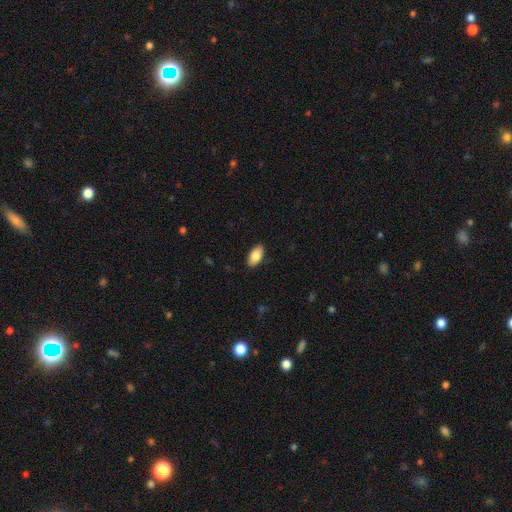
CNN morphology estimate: smooth_or_featured: smooth (p=0.84) [alt: featured or disk p=0.09]
how_rounded: in between (p=0.93) [alt: cigar-shaped p=0.04]
merging: none (p=0.88) [alt: minor disturbance p=0.09]